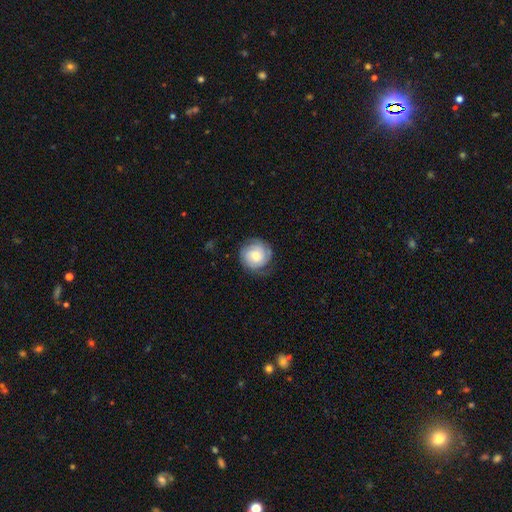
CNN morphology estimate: Q: Smooth or featured?
A: featured or disk (52%); runner-up: smooth (41%)
Q: Edge-on disk?
A: no (97%); runner-up: yes (3%)
Q: Bar?
A: no (76%); runner-up: weak (21%)
Q: Spiral arms?
A: yes (88%); runner-up: no (12%)
Q: Bulge size?
A: moderate (52%); runner-up: small (31%)
Q: Merging?
A: none (70%); runner-up: minor disturbance (21%)